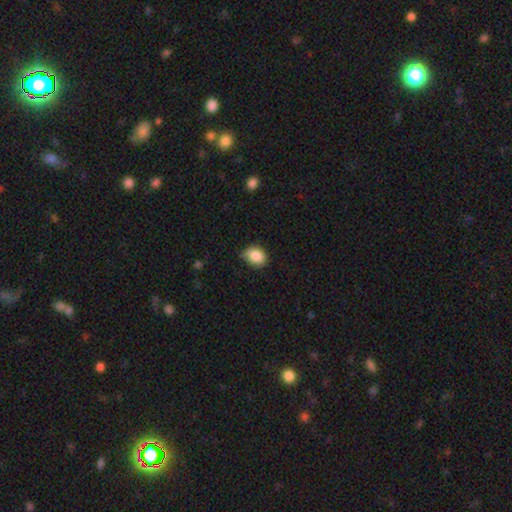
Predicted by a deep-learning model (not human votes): This appears to be a smooth galaxy with no disk features (86%) that is in between round and cigar-shaped (61%). Merging: none (60%).